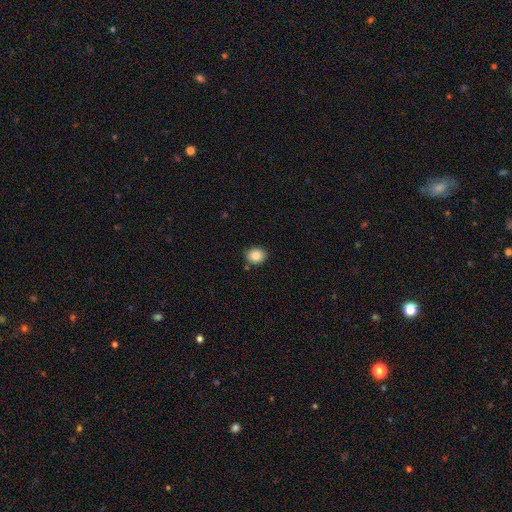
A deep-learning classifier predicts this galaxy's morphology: A smooth galaxy with no disk features (86%) that is round (51%). Merging: none (85%).